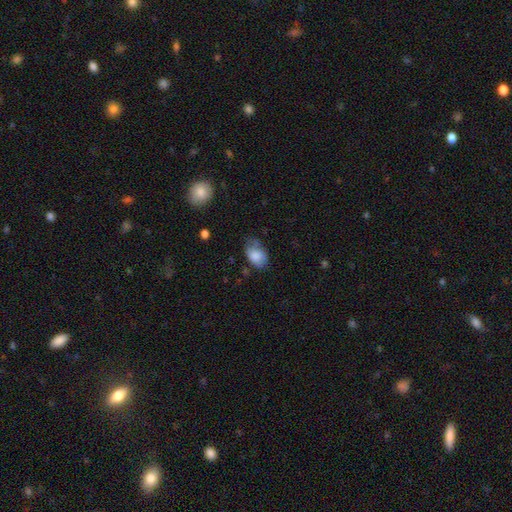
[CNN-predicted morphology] Smooth or featured?
  - smooth: 81% *
  - featured or disk: 12%
  - star or artifact: 7%
How rounded?
  - in between: 86% *
  - round: 12%
  - cigar-shaped: 1%
Merging?
  - none: 50% *
  - minor disturbance: 35%
  - major disturbance: 12%
  - merger: 3%